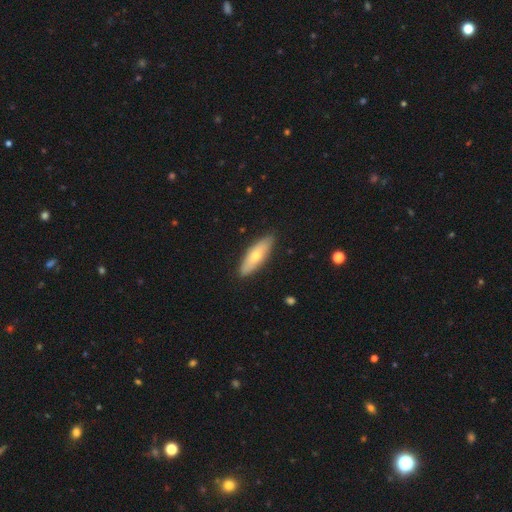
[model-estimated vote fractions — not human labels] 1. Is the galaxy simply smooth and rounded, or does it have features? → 63% smooth, 32% featured or disk, 5% star or artifact.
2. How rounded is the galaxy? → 54% in between, 44% cigar-shaped, 2% round.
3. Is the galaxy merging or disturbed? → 87% none, 10% minor disturbance, 2% major disturbance, 1% merger.